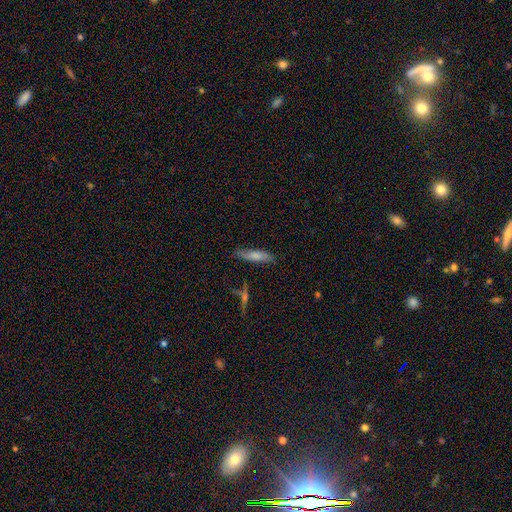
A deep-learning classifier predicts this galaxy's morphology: Smooth or featured?
  - smooth: 69% *
  - featured or disk: 23%
  - star or artifact: 8%
How rounded?
  - cigar-shaped: 73% *
  - in between: 25%
  - round: 2%
Merging?
  - none: 73% *
  - minor disturbance: 19%
  - major disturbance: 4%
  - merger: 4%